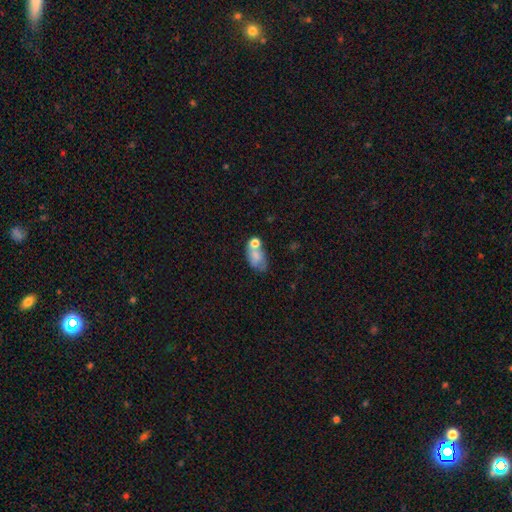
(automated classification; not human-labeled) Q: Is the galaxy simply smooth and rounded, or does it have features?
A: smooth — 65%.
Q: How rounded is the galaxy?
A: in between — 84%.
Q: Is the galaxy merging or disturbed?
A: merger — 39%.